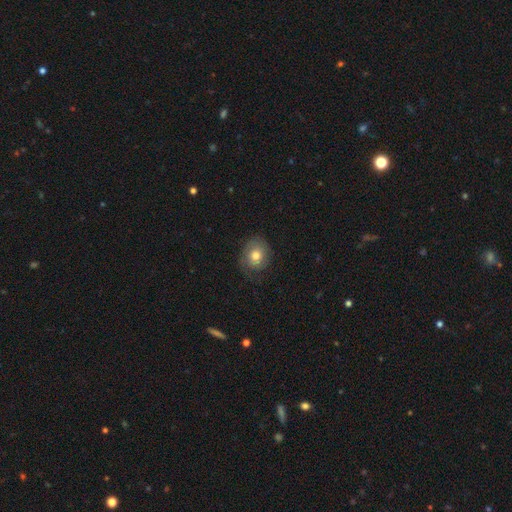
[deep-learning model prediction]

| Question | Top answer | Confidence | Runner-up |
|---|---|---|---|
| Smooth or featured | smooth | 71% | featured or disk (20%) |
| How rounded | round | 73% | in between (26%) |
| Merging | none | 70% | minor disturbance (20%) |